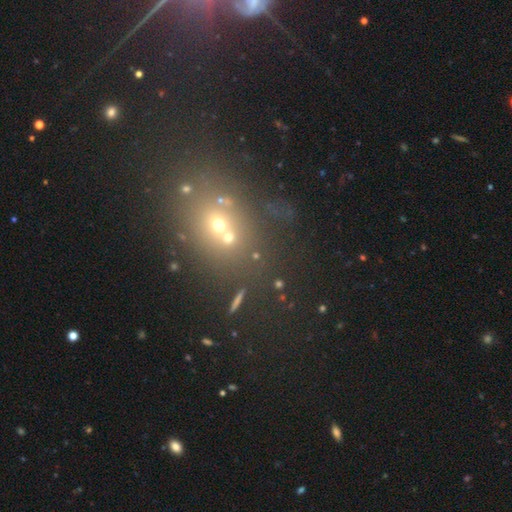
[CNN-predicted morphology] Overall: smooth (45%; star or artifact 38%). Merging: none (57%; merger 26%).